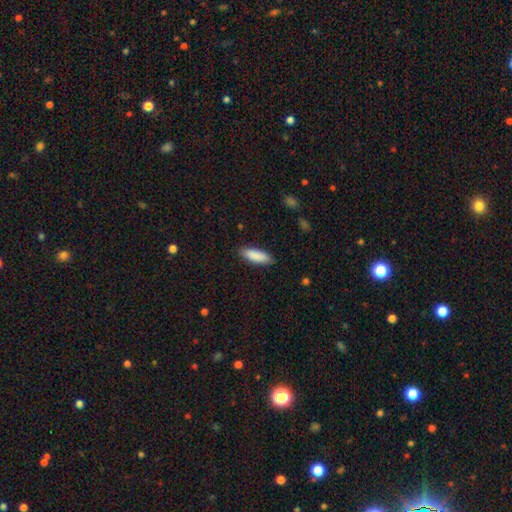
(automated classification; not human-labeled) smooth-or-featured: smooth: 89% | featured or disk: 6% | star or artifact: 6%
  how-rounded: in between: 54% | cigar-shaped: 45% | round: 1%
  merging: none: 87% | minor disturbance: 10% | major disturbance: 2% | merger: 1%